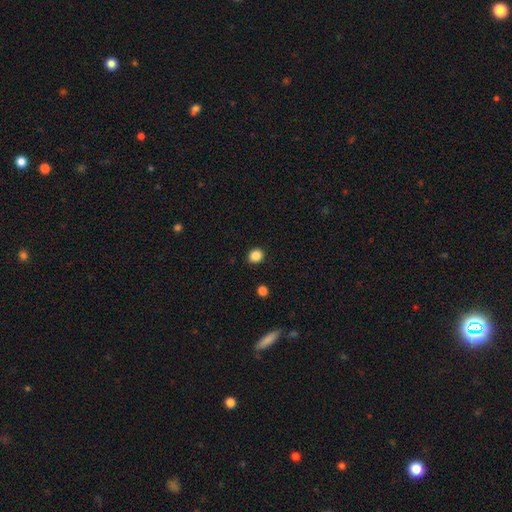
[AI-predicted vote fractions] smooth_or_featured: smooth (p=0.86) [alt: star or artifact p=0.11]
how_rounded: round (p=0.84) [alt: in between p=0.15]
merging: none (p=0.92) [alt: minor disturbance p=0.05]